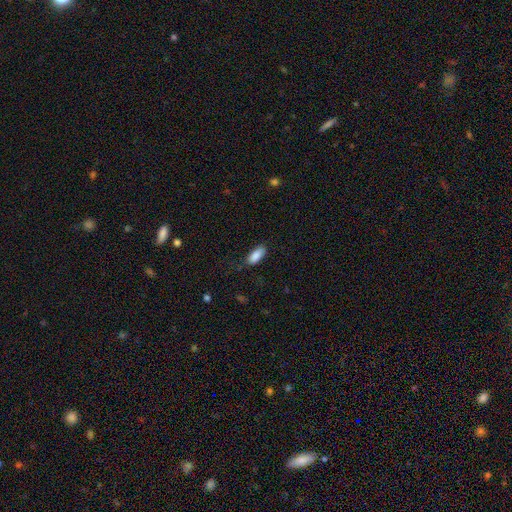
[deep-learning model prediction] This is clearly a smooth galaxy (88%). How rounded: clearly in between (84%). Merging: likely none (75%).